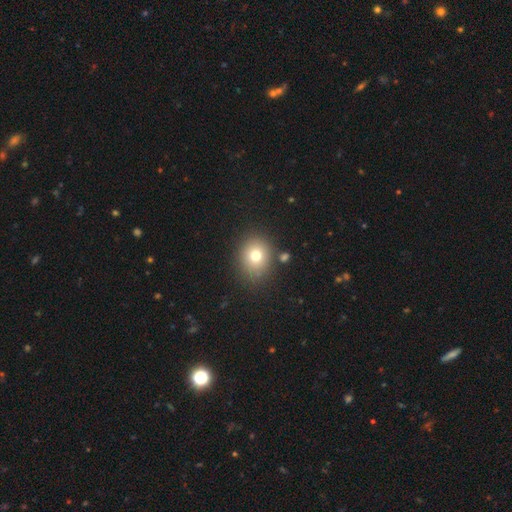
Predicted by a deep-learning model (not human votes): This is likely a smooth galaxy (75%). How rounded: likely round (70%). Merging: clearly none (83%).